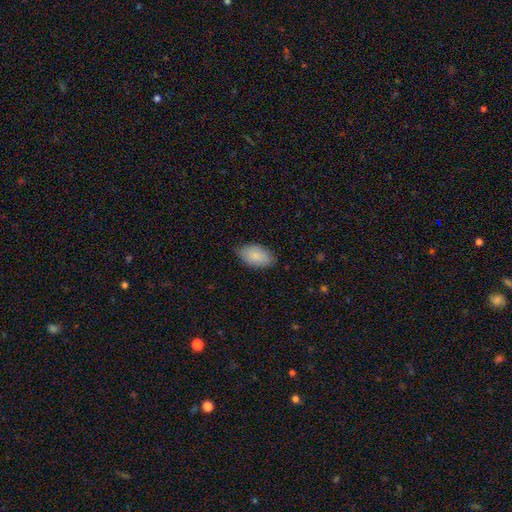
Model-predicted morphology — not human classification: smooth 85%, featured or disk 9%, star or artifact 6%. Down the decision tree: how rounded — in between (94%); merging — none (78%).